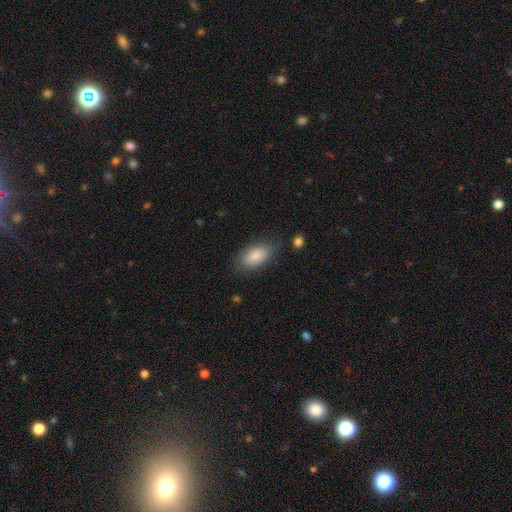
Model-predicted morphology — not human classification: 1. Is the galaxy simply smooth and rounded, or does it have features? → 84% smooth, 10% featured or disk, 7% star or artifact.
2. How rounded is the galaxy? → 92% in between, 4% cigar-shaped, 4% round.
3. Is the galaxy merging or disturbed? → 76% none, 17% minor disturbance, 5% major disturbance, 2% merger.